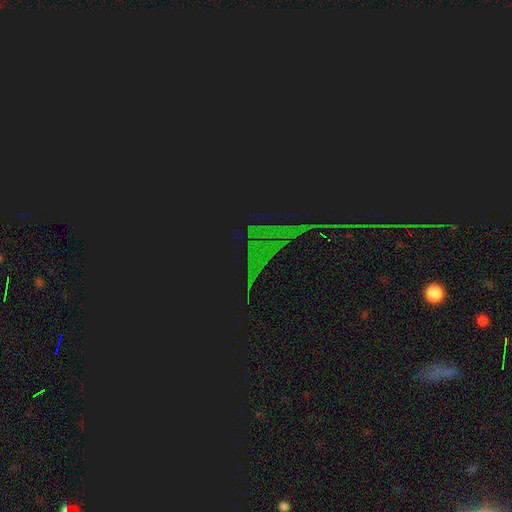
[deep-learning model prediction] This appears to be a star or artifact, not a galaxy (85%).